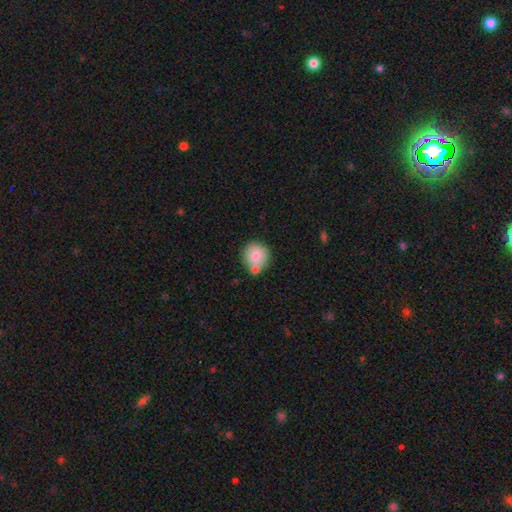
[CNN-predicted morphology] smooth_or_featured: smooth (p=0.79) [alt: featured or disk p=0.13]
how_rounded: round (p=0.87) [alt: in between p=0.12]
merging: none (p=0.64) [alt: merger p=0.19]